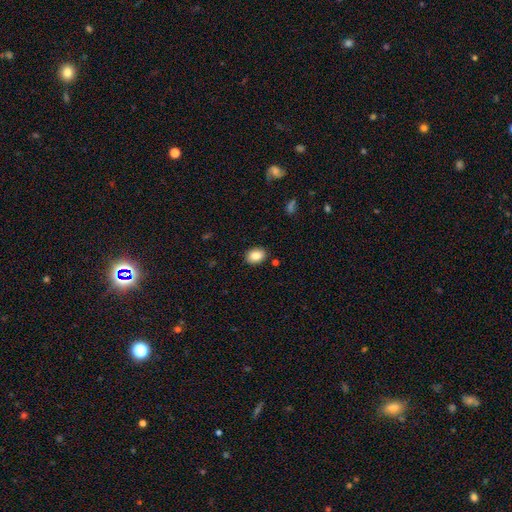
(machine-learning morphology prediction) Smooth or featured? Predicted: smooth (p=0.84). How rounded? Predicted: in between (p=0.72). Merging? Predicted: none (p=0.88).